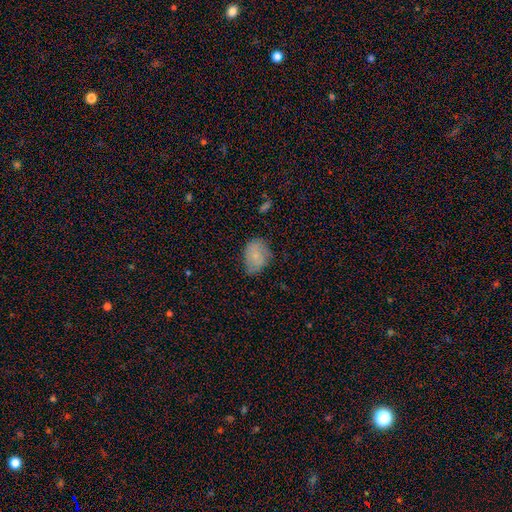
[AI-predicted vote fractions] A smooth galaxy with no disk features (75%) that is in between round and cigar-shaped (74%).

Vote fractions:
- Smooth or featured? smooth: 75% / featured or disk: 17% / star or artifact: 8%
- How rounded? in between: 74% / round: 25% / cigar-shaped: 1%
- Merging? none: 57% / minor disturbance: 33% / major disturbance: 8% / merger: 2%